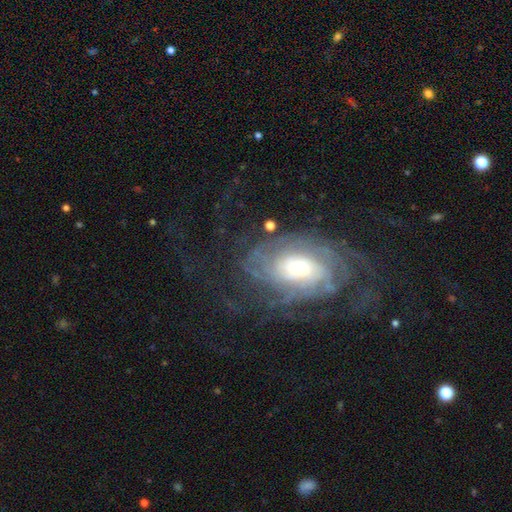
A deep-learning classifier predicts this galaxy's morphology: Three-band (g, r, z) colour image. It shows a featured or disk galaxy (84%) with no bar (63%), tight (62%) spiral arms (94%) and a moderate central bulge (51%). Merging: none (67%).